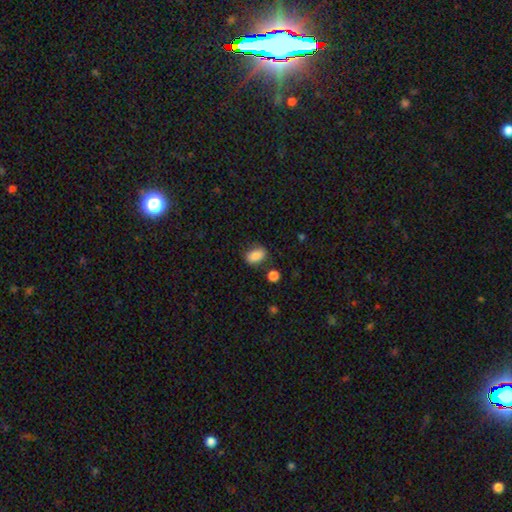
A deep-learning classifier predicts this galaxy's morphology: The model was most divided on "merging": none: 74%, minor disturbance: 17%, major disturbance: 4%, merger: 4%. More confident: smooth or featured — smooth (87%); how rounded — in between (84%).